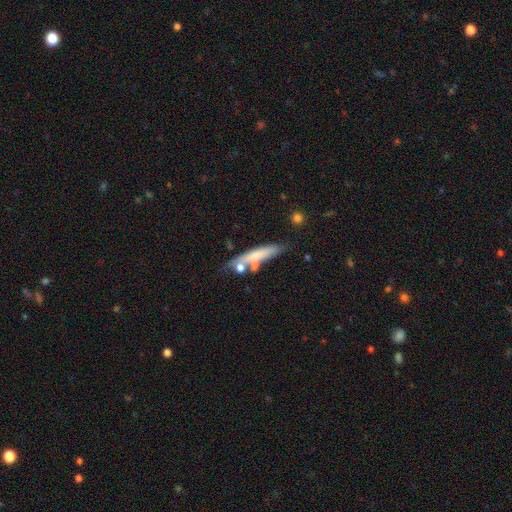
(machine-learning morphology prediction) A smooth galaxy with no disk features (58%) that is cigar-shaped (82%). Merging: none (53%).